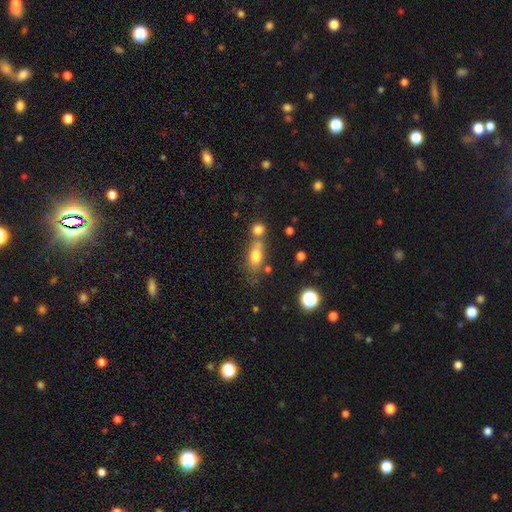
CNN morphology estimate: This is likely a smooth galaxy (74%). How rounded: likely in between (73%). Merging: possibly none (48%).